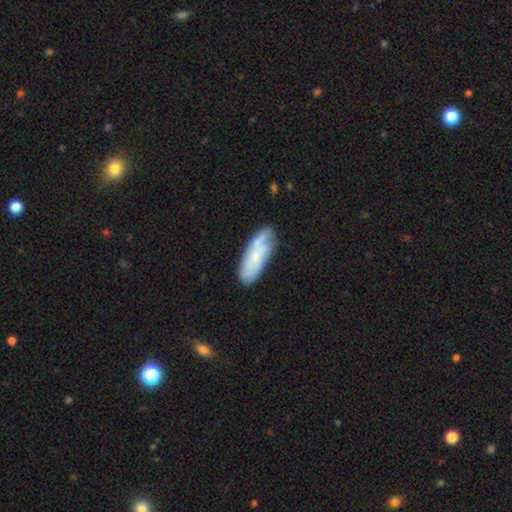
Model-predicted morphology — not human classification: Smooth or featured: smooth — 54% (featured or disk — 39%)
How rounded: in between — 67% (cigar-shaped — 31%)
Merging: none — 64% (minor disturbance — 25%)